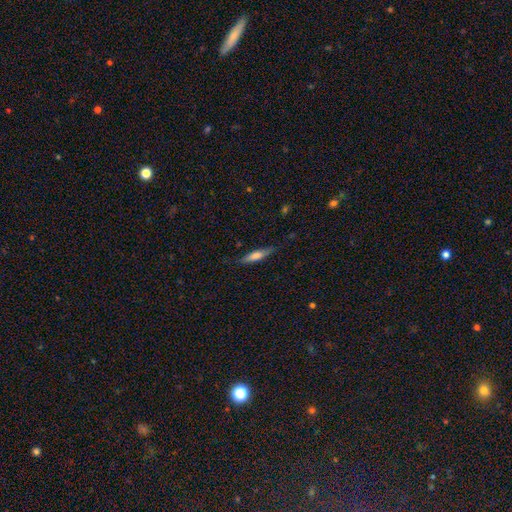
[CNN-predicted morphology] A smooth galaxy with no disk features (60%) that is cigar-shaped (80%). Merging: none (82%).